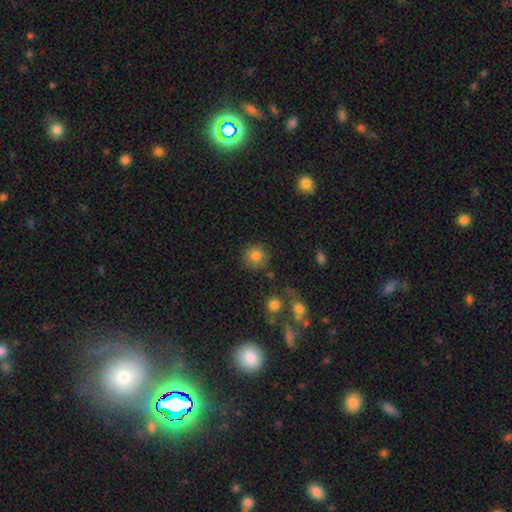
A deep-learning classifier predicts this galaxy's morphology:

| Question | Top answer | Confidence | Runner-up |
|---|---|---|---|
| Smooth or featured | smooth | 81% | star or artifact (10%) |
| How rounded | round | 94% | in between (5%) |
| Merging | none | 86% | minor disturbance (9%) |